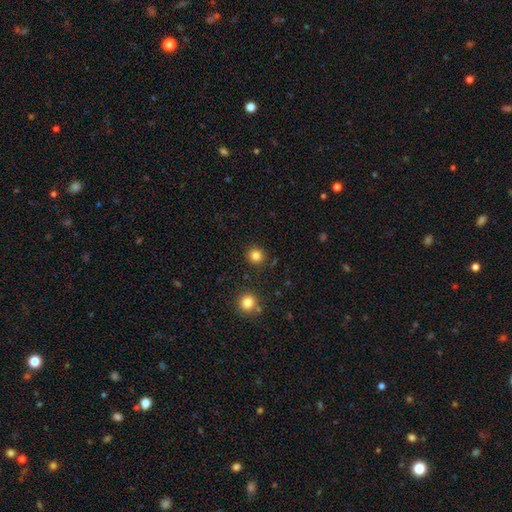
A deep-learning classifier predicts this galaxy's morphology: This appears to be a smooth galaxy with no disk features (83%) that is round (92%). Merging: none (89%).